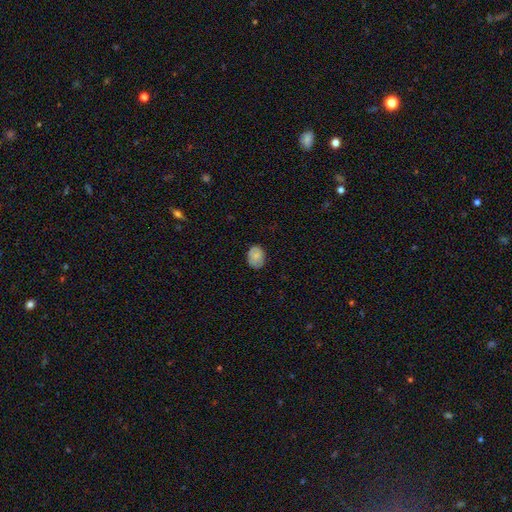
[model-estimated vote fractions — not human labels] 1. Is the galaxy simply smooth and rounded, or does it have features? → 75% smooth, 16% featured or disk, 8% star or artifact.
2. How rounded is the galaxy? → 61% in between, 38% round, 1% cigar-shaped.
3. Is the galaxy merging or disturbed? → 79% none, 16% minor disturbance, 3% major disturbance, 1% merger.